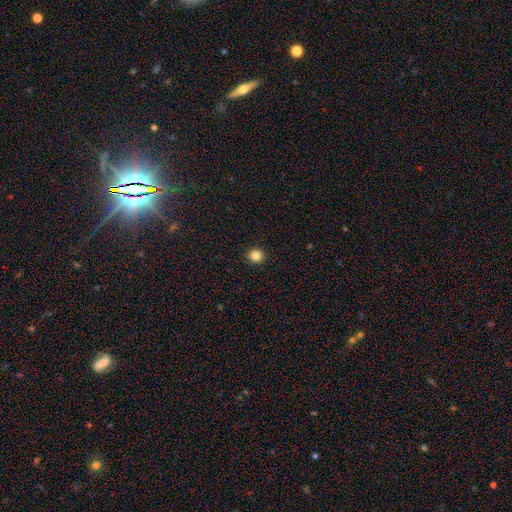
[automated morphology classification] A smooth galaxy with no disk features (84%) that is round (89%).

Vote fractions:
- Smooth or featured? smooth: 84% / star or artifact: 12% / featured or disk: 5%
- How rounded? round: 89% / in between: 10% / cigar-shaped: 1%
- Merging? none: 93% / minor disturbance: 5% / major disturbance: 2% / merger: 1%